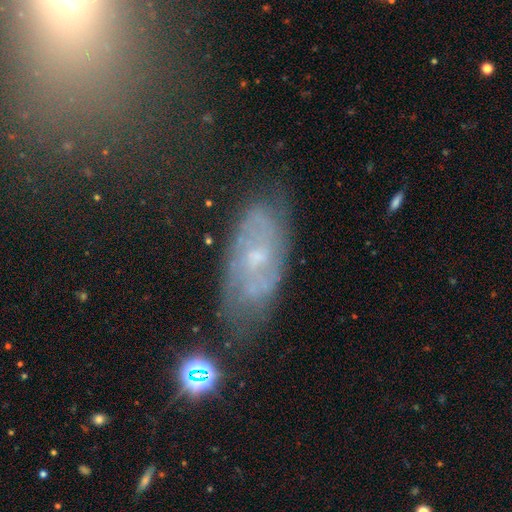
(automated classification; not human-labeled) Overall: featured or disk (71%). Edge-on disk: no (90%). Bar: no (71%). Spiral arms: yes (81%). Spiral arm count: can't tell (50%; 2 30%). Spiral winding: tight (63%; medium 28%). Bulge size: small (71%). Merging: none (74%).